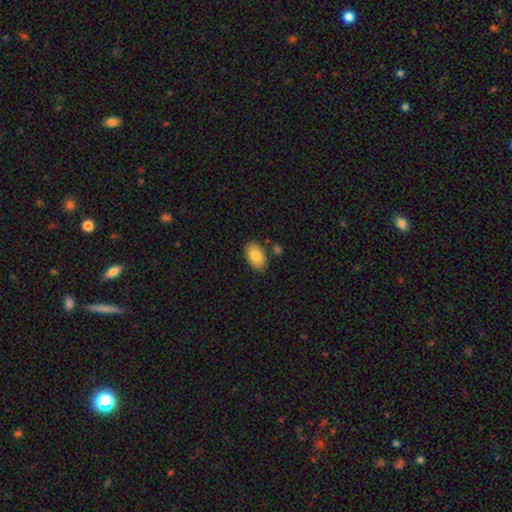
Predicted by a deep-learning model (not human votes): A smooth galaxy with no disk features (83%) that is in between round and cigar-shaped (92%). Merging: none (82%).